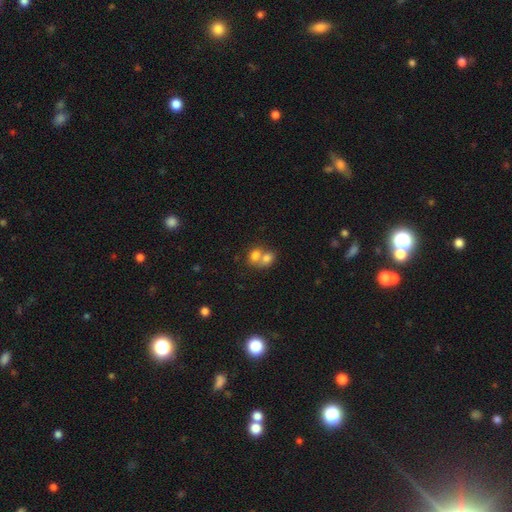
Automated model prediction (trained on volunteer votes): A smooth galaxy with no disk features (75%) that is in between round and cigar-shaped (53%).

Vote fractions:
- Smooth or featured? smooth: 75% / featured or disk: 16% / star or artifact: 9%
- How rounded? in between: 53% / round: 46% / cigar-shaped: 1%
- Merging? merger: 71% / none: 20% / minor disturbance: 5% / major disturbance: 3%